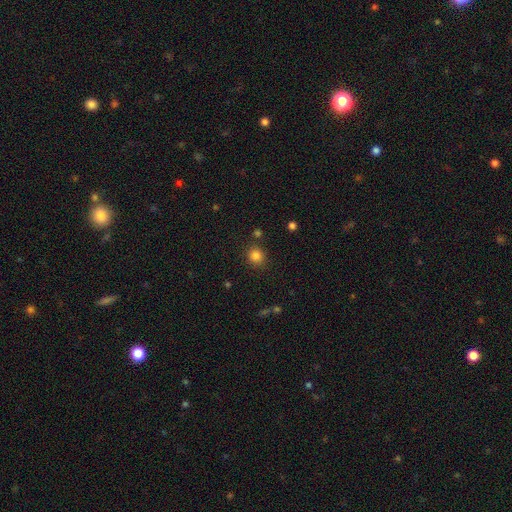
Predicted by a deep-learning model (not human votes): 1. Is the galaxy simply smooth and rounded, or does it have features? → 83% smooth, 13% star or artifact, 5% featured or disk.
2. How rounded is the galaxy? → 85% round, 14% in between, 1% cigar-shaped.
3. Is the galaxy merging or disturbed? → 85% none, 9% minor disturbance, 4% merger, 3% major disturbance.